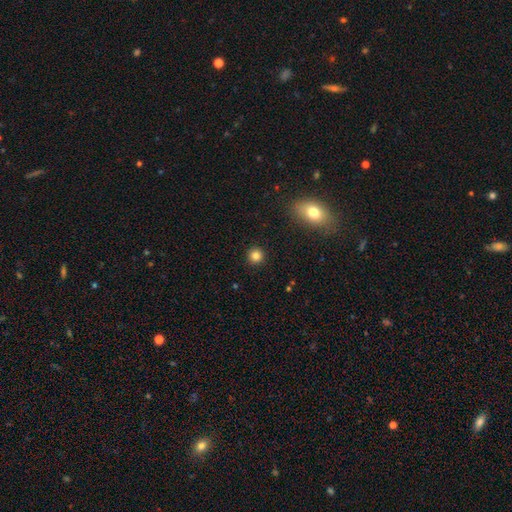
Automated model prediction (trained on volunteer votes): Q: Smooth or featured?
A: smooth (82%); runner-up: star or artifact (12%)
Q: How rounded?
A: round (94%); runner-up: in between (5%)
Q: Merging?
A: none (92%); runner-up: minor disturbance (5%)